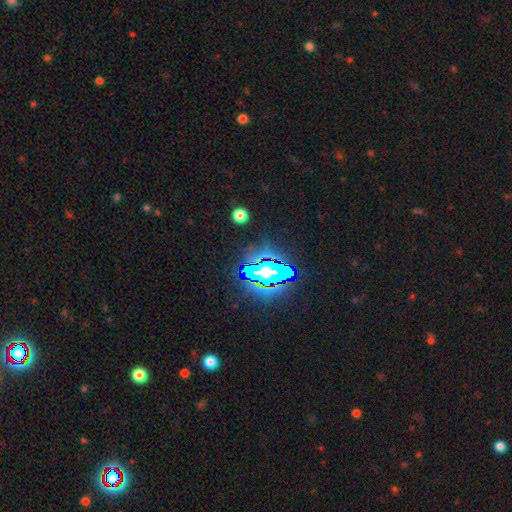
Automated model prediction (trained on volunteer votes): Overall: star or artifact (83%).